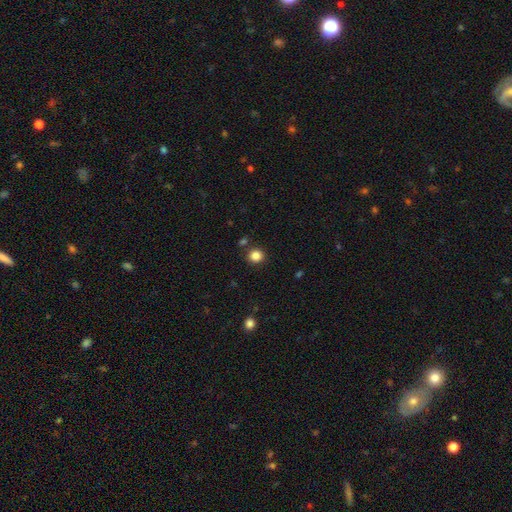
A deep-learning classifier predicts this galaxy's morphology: Smooth or featured?
  - smooth: 85% *
  - star or artifact: 11%
  - featured or disk: 4%
How rounded?
  - round: 89% *
  - in between: 10%
  - cigar-shaped: 1%
Merging?
  - none: 87% *
  - minor disturbance: 7%
  - merger: 4%
  - major disturbance: 2%